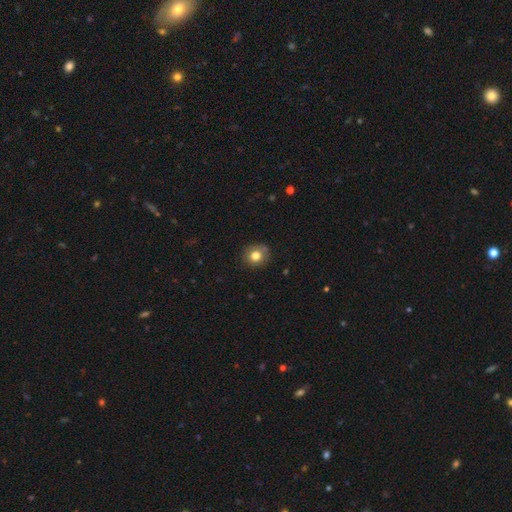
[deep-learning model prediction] Smooth or featured? Predicted: smooth (p=0.78). How rounded? Predicted: round (p=0.84). Merging? Predicted: none (p=0.81).